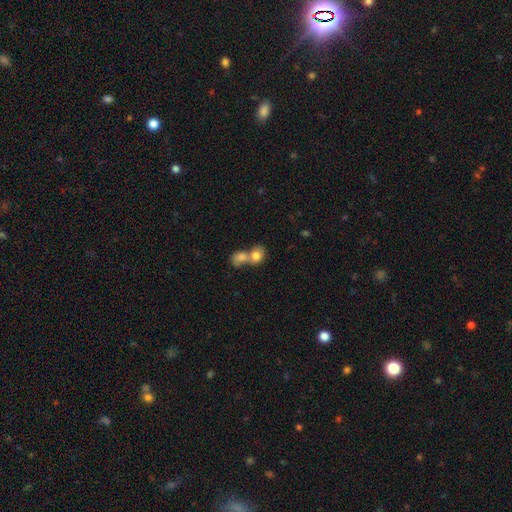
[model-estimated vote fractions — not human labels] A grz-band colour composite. It shows a smooth galaxy with no disk features (78%) that is round (57%). Merging: merger (76%).